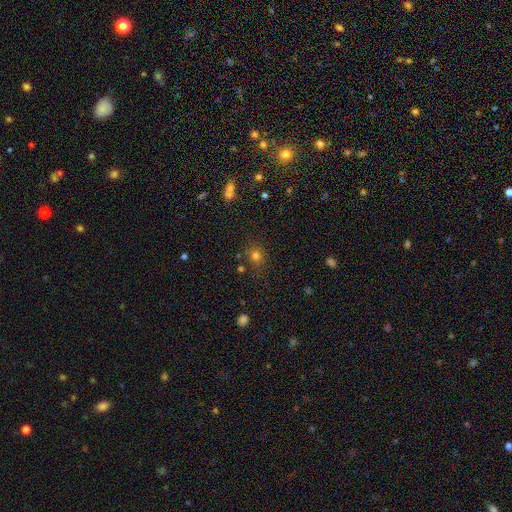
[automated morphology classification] Smooth or featured? Predicted: smooth (p=0.75). How rounded? Predicted: round (p=0.78). Merging? Predicted: none (p=0.79).